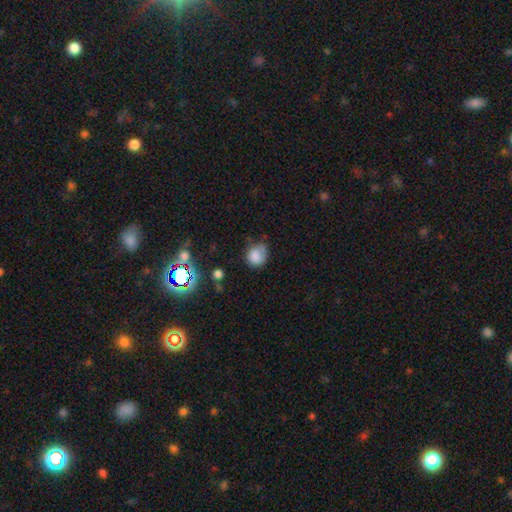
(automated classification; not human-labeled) The model was most divided on "merging": none: 52%, minor disturbance: 32%, major disturbance: 10%, merger: 7%. More confident: smooth or featured — smooth (81%); how rounded — round (71%).